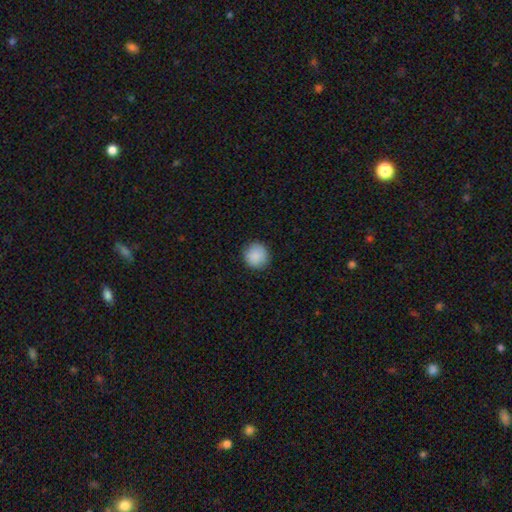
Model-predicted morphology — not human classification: smooth_or_featured: smooth (p=0.89) [alt: star or artifact p=0.08]
how_rounded: round (p=0.94) [alt: in between p=0.05]
merging: none (p=0.91) [alt: minor disturbance p=0.07]